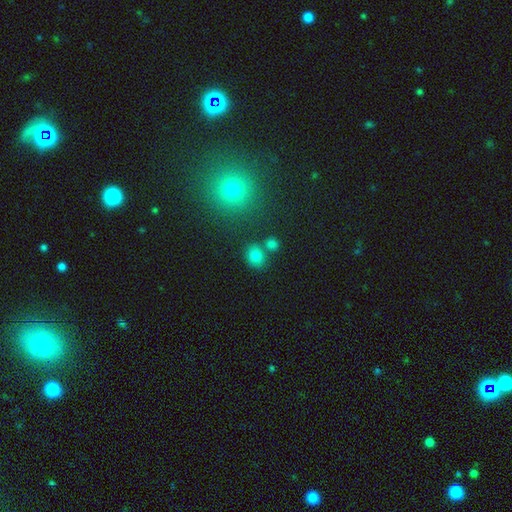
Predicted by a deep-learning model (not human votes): A smooth galaxy with no disk features (78%) that is round (72%). Merging: none (68%).